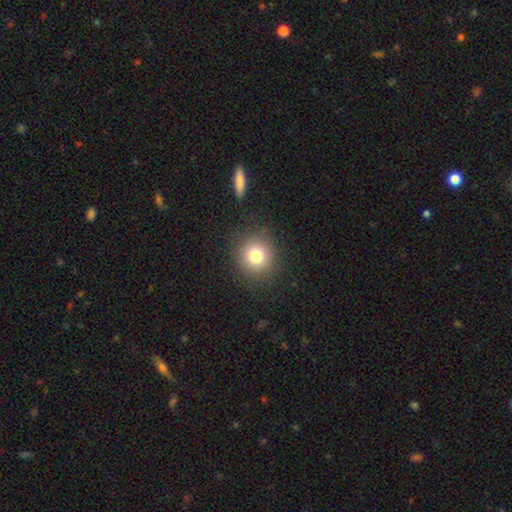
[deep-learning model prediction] Morphology: type=smooth (78%); roundness=round (90%); merging=none (87%).